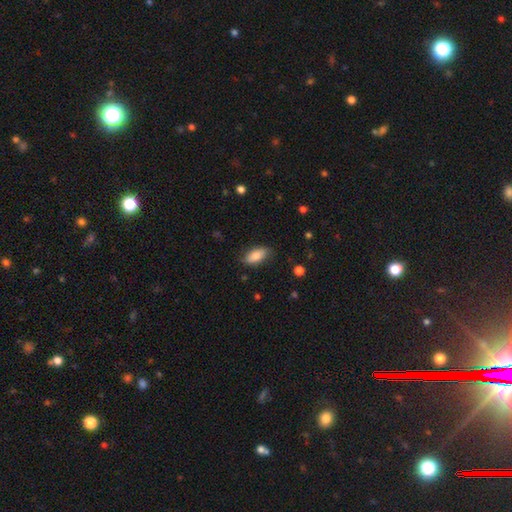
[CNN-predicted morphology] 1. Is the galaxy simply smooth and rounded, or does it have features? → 83% smooth, 11% featured or disk, 7% star or artifact.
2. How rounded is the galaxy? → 90% in between, 7% cigar-shaped, 3% round.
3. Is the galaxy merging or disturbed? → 80% none, 16% minor disturbance, 3% major disturbance, 1% merger.